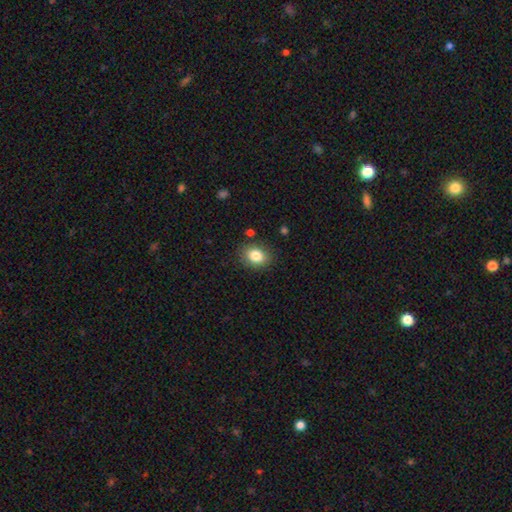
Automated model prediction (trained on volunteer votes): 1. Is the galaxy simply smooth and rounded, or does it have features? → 83% smooth, 9% star or artifact, 8% featured or disk.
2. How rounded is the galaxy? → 60% in between, 40% round, 1% cigar-shaped.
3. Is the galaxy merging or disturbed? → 84% none, 11% minor disturbance, 3% major disturbance, 2% merger.